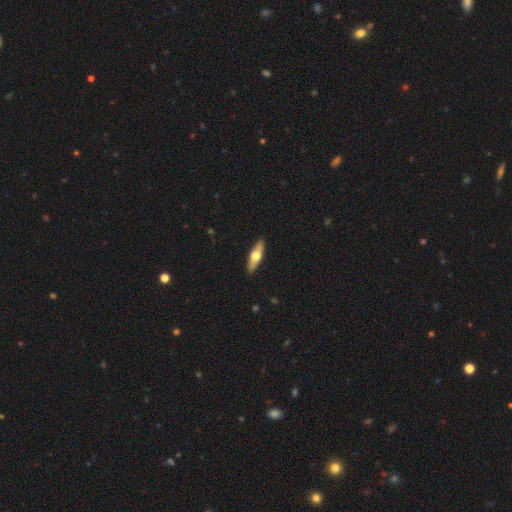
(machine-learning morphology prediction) Smooth or featured: featured or disk — 48% (smooth — 47%)
Merging: none — 90% (minor disturbance — 7%)